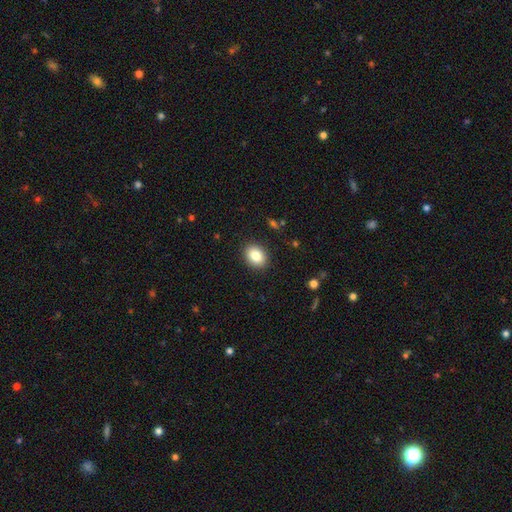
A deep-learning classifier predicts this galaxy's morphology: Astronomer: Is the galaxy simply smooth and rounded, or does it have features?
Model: smooth — 84%.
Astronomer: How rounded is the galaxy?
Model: in between — 62% (runner-up: round, 37%).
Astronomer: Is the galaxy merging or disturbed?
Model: none — 90%.